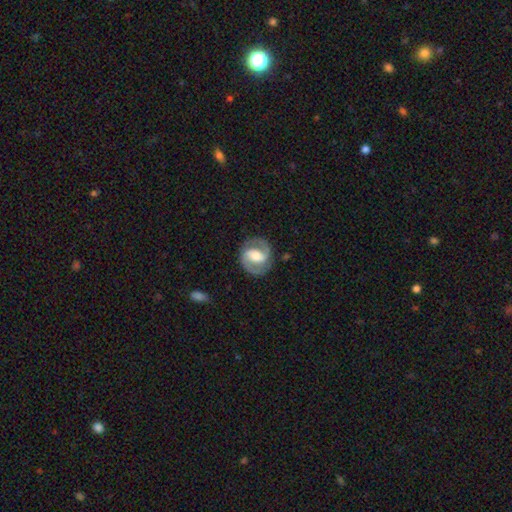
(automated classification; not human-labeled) The model was most divided on "bar": weak: 44%, strong: 37%, no: 18%. More confident: edge-on disk — no (98%); spiral arms — yes (94%); spiral arm count — 2 (93%); merging — none (86%); smooth or featured — featured or disk (85%); bulge size — moderate (65%); spiral winding — medium (55%).